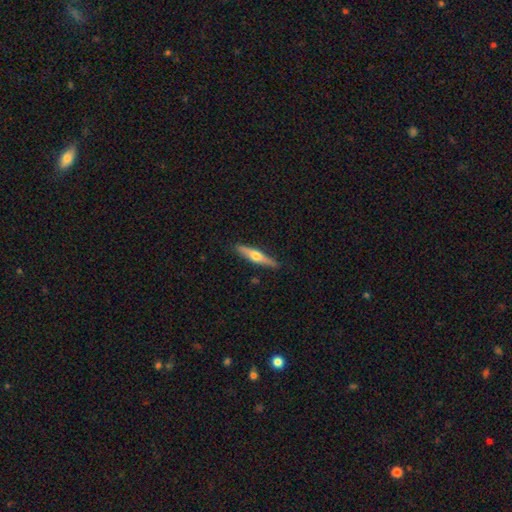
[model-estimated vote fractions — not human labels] Q: Smooth or featured?
A: featured or disk (57%); runner-up: smooth (38%)
Q: Edge-on disk?
A: yes (95%); runner-up: no (5%)
Q: Edge-on bulge?
A: rounded (93%); runner-up: none (4%)
Q: Merging?
A: none (89%); runner-up: minor disturbance (8%)